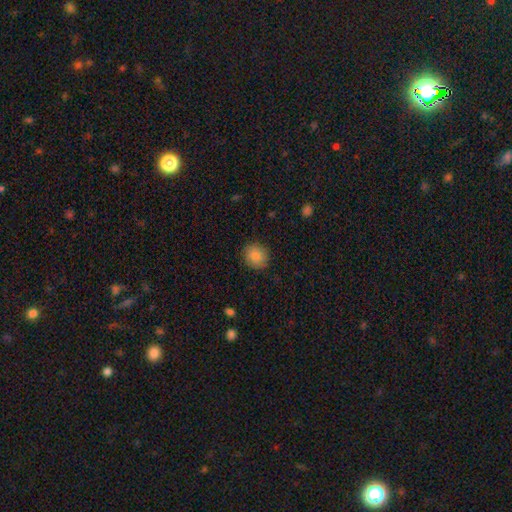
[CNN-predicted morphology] Overall: smooth (86%). How rounded: round (84%). Merging: none (88%).